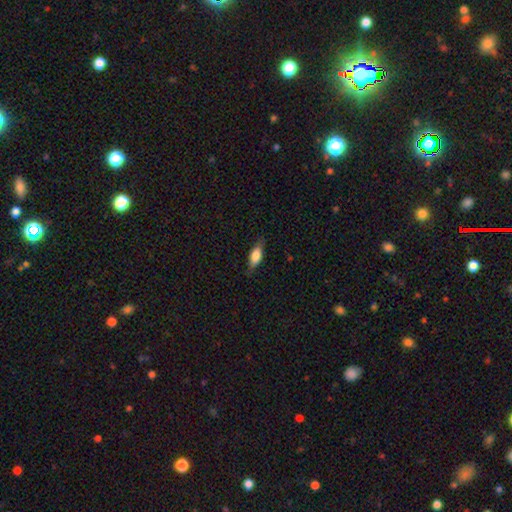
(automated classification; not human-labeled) This appears to be a smooth galaxy with no disk features (71%) that is in between round and cigar-shaped (72%). Merging: none (78%).